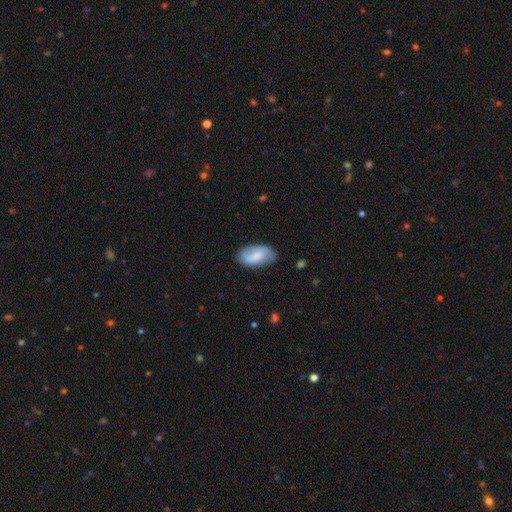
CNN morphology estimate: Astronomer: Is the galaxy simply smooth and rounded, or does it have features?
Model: smooth — 53% (runner-up: featured or disk, 40%).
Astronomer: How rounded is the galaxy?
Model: in between — 94%.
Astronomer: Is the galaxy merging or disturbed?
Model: none — 75%.